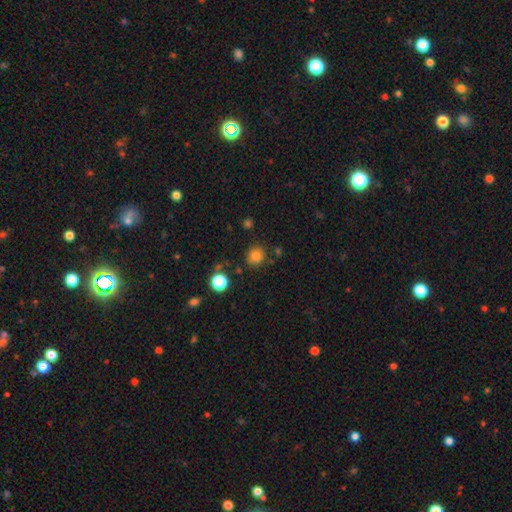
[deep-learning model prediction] Overall: smooth (81%). How rounded: round (84%). Merging: none (82%).